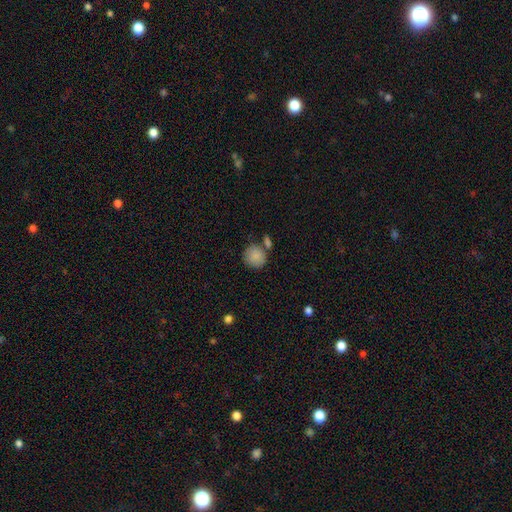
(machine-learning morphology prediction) smooth-or-featured: smooth: 87% | star or artifact: 7% | featured or disk: 5%
  how-rounded: round: 87% | in between: 12% | cigar-shaped: 1%
  merging: none: 65% | merger: 18% | minor disturbance: 13% | major disturbance: 4%